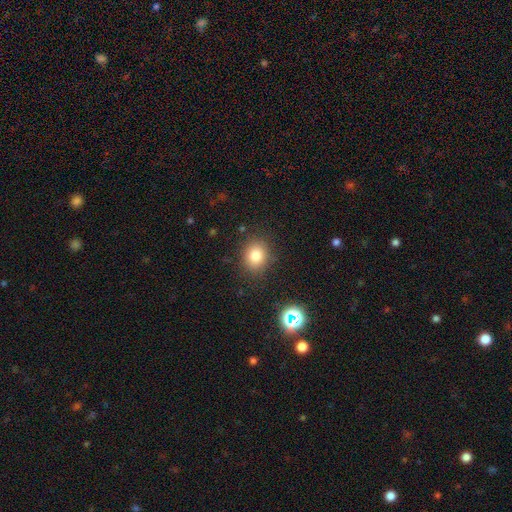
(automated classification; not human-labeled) This appears to be a smooth galaxy with no disk features (79%) that is round (64%). Merging: none (85%).